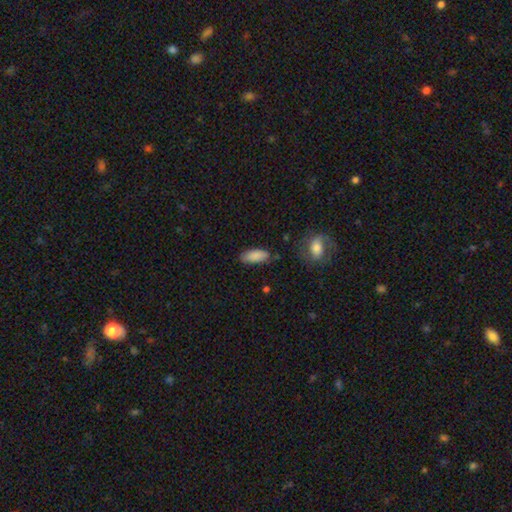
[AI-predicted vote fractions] Morphology: type=smooth (87%); roundness=in between (81%); merging=none (78%).